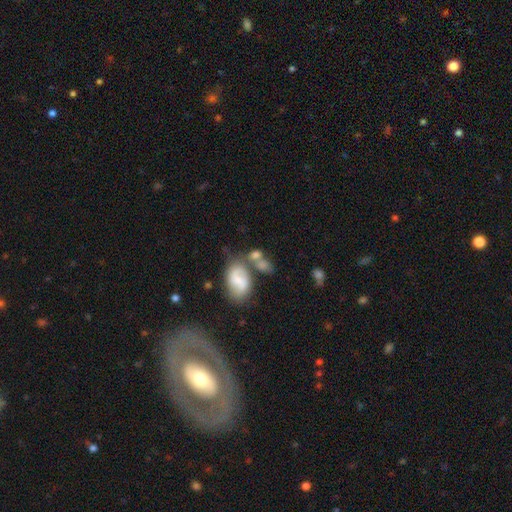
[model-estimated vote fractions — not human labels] Smooth or featured? Predicted: smooth (p=0.61). How rounded? Predicted: in between (p=0.71). Merging? Predicted: merger (p=0.42).